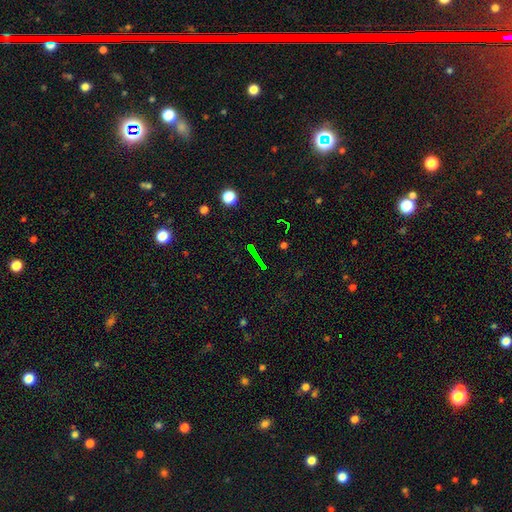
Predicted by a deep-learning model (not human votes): Overall: star or artifact (63%).